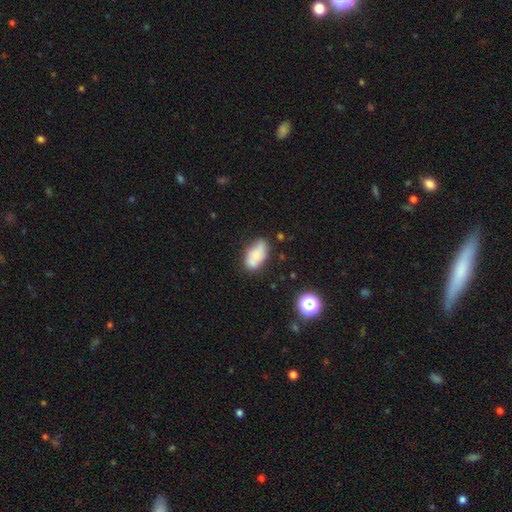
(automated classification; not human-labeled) Overall: smooth (69%). How rounded: in between (91%). Merging: none (60%; minor disturbance 25%).